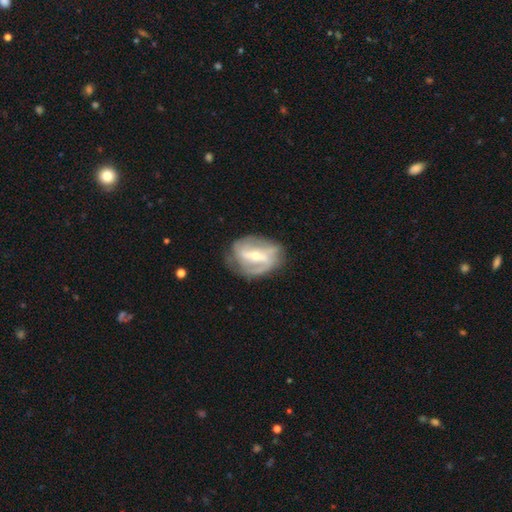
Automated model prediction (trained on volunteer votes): featured or disk 83%, smooth 11%, star or artifact 6%. Down the decision tree: edge-on disk — no (95%); bar — strong (54%); spiral arms — yes (88%); spiral arm count — 2 (63%); spiral winding — medium (42%); bulge size — small (53%); merging — none (67%).